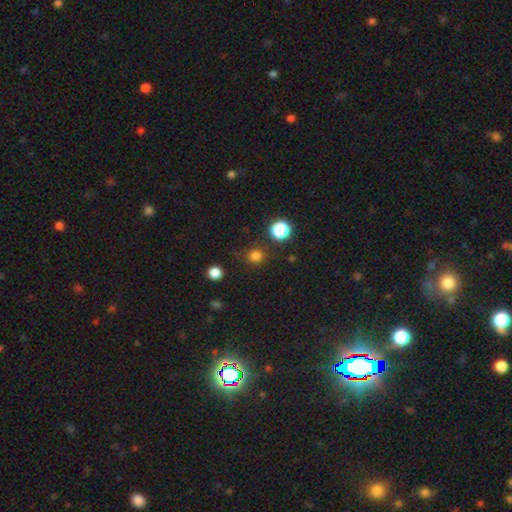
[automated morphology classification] smooth_or_featured: smooth (p=0.78) [alt: star or artifact p=0.18]
how_rounded: round (p=0.88) [alt: in between p=0.11]
merging: none (p=0.82) [alt: minor disturbance p=0.11]